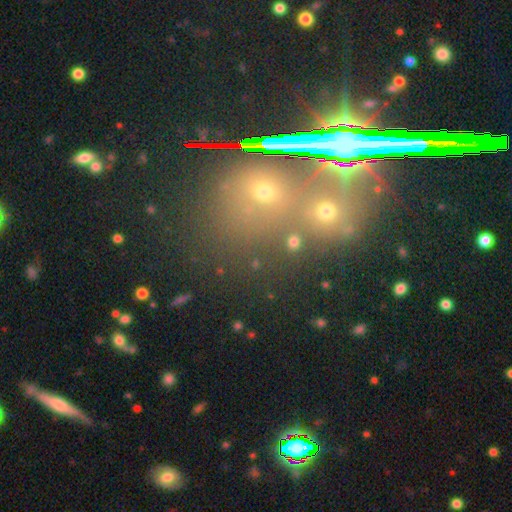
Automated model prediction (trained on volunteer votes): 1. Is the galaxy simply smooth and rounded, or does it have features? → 59% star or artifact, 29% smooth, 12% featured or disk.